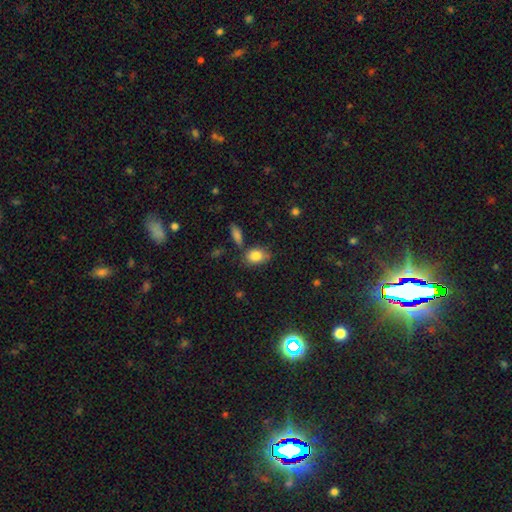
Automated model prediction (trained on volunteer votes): Overall: smooth (84%). How rounded: in between (71%). Merging: none (69%).